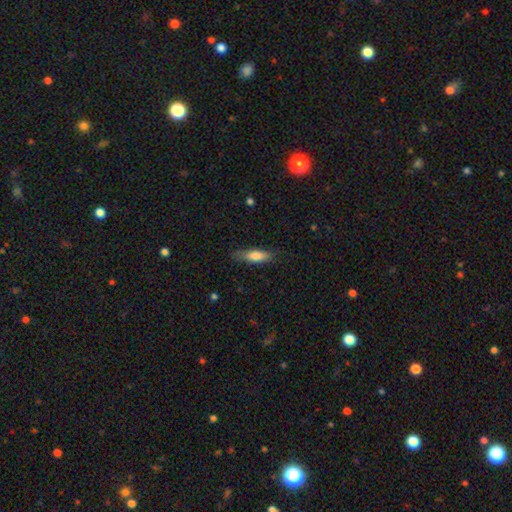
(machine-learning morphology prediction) Overall: smooth (76%). How rounded: cigar-shaped (56%; in between 42%). Merging: none (76%).